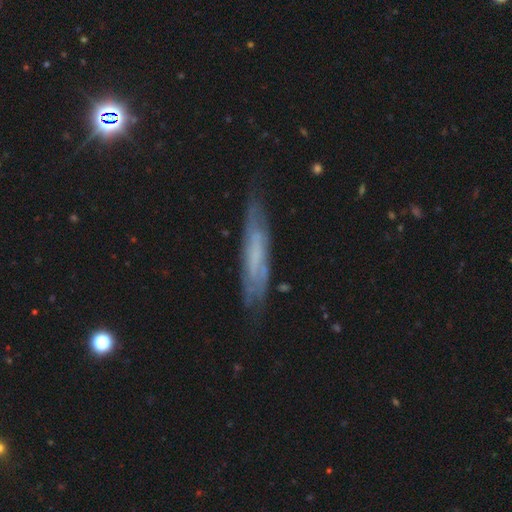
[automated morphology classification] This is possibly a featured or disk galaxy (57%). It is possibly viewed edge-on (58%). Merging: likely none (71%).